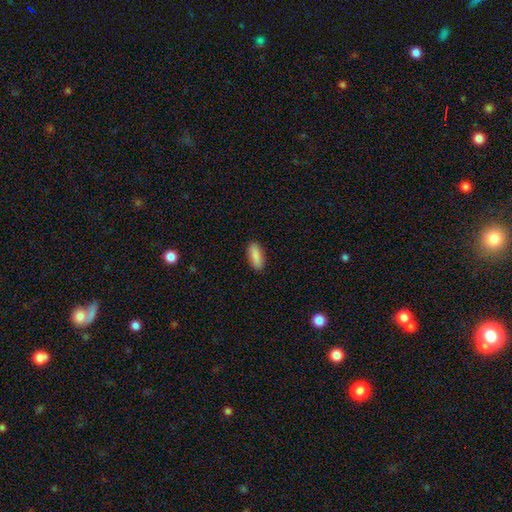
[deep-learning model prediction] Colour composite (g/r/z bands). It shows a smooth galaxy with no disk features (89%) that is in between round and cigar-shaped (78%). Merging: none (89%).